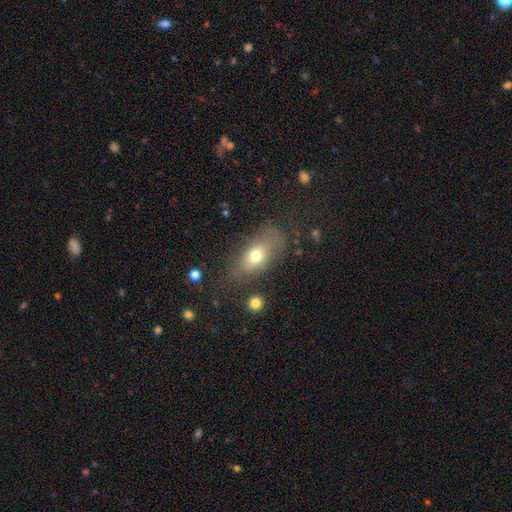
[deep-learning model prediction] smooth 67%, featured or disk 22%, star or artifact 11%. Down the decision tree: how rounded — in between (81%); merging — none (66%).